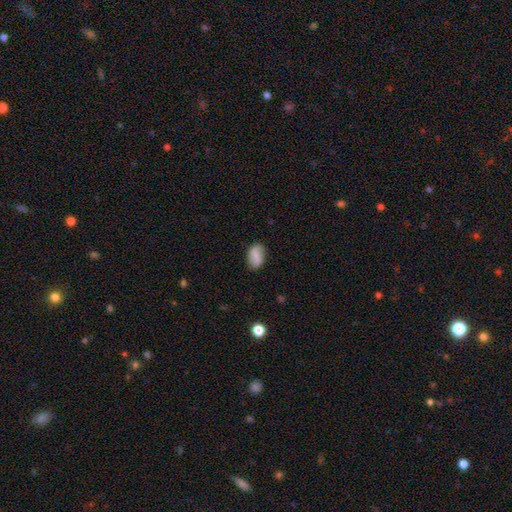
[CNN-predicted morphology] This is likely a smooth galaxy (71%). How rounded: clearly in between (88%). Merging: clearly none (81%).